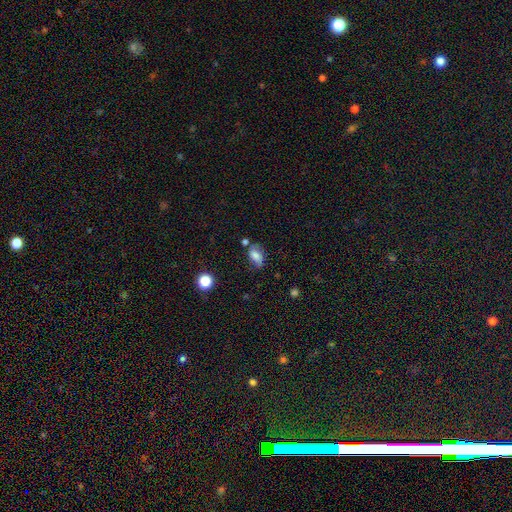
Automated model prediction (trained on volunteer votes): Smooth or featured?
  - smooth: 60% *
  - featured or disk: 28%
  - star or artifact: 12%
How rounded?
  - in between: 83% *
  - round: 13%
  - cigar-shaped: 4%
Merging?
  - none: 50% *
  - minor disturbance: 29%
  - major disturbance: 12%
  - merger: 9%